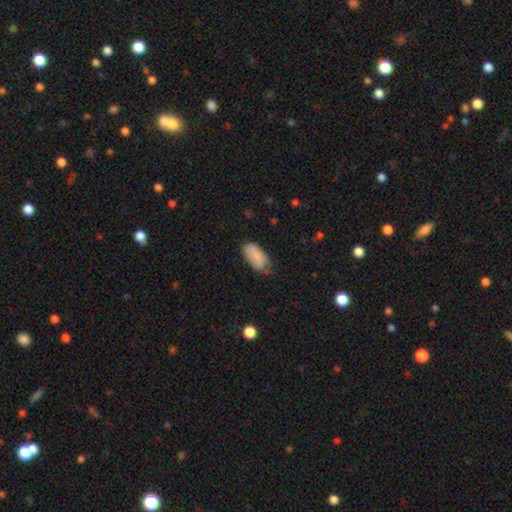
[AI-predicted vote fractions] Smooth or featured? Predicted: smooth (p=0.83). How rounded? Predicted: in between (p=0.94). Merging? Predicted: none (p=0.54).